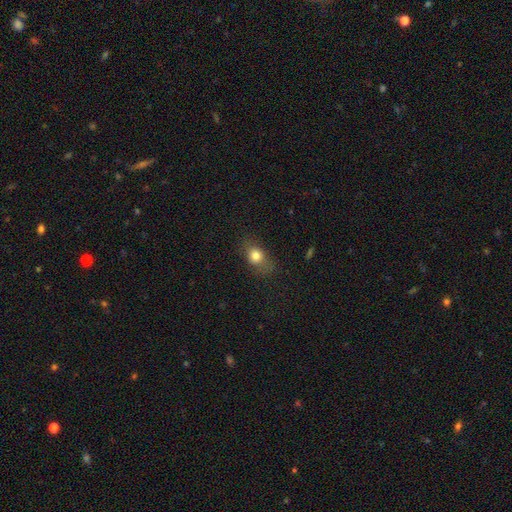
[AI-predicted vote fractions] This appears to be a smooth galaxy with no disk features (78%) that is in between round and cigar-shaped (58%). Merging: none (69%).